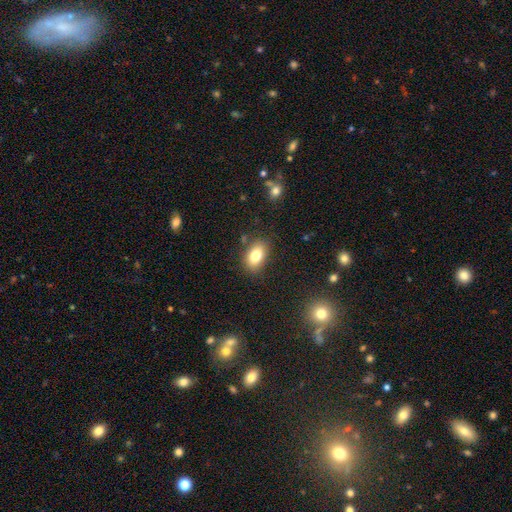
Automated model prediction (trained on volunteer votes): Smooth or featured? Predicted: smooth (p=0.81). How rounded? Predicted: in between (p=0.88). Merging? Predicted: none (p=0.82).